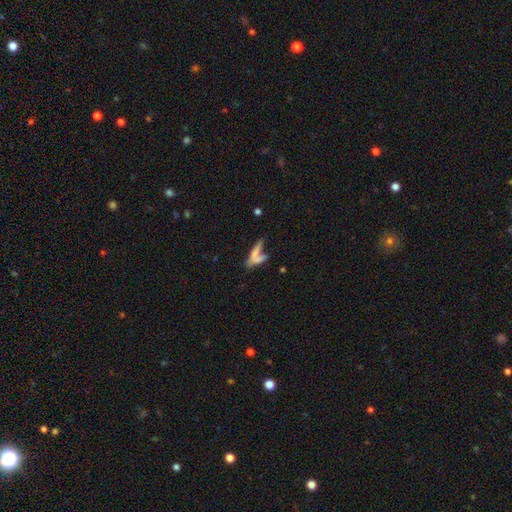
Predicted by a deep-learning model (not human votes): Q: Smooth or featured?
A: smooth (61%); runner-up: featured or disk (28%)
Q: How rounded?
A: cigar-shaped (65%); runner-up: in between (30%)
Q: Merging?
A: merger (45%); runner-up: none (30%)